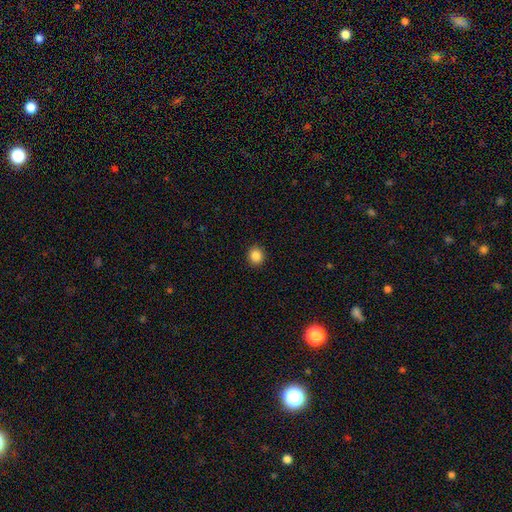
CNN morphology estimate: Smooth or featured? Predicted: smooth (p=0.86). How rounded? Predicted: round (p=0.85). Merging? Predicted: none (p=0.92).